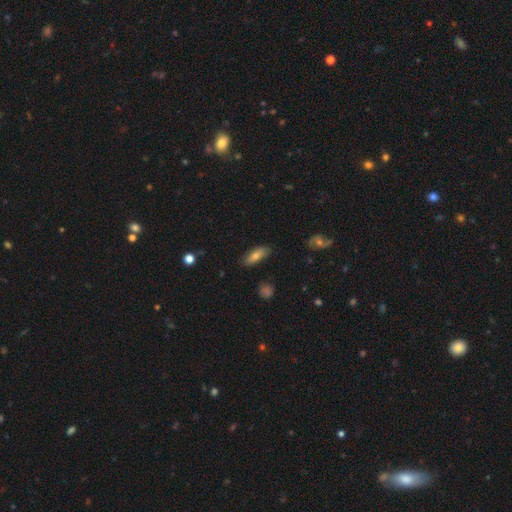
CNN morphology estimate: This is likely a smooth galaxy (72%). How rounded: likely in between (68%). Merging: clearly none (83%).